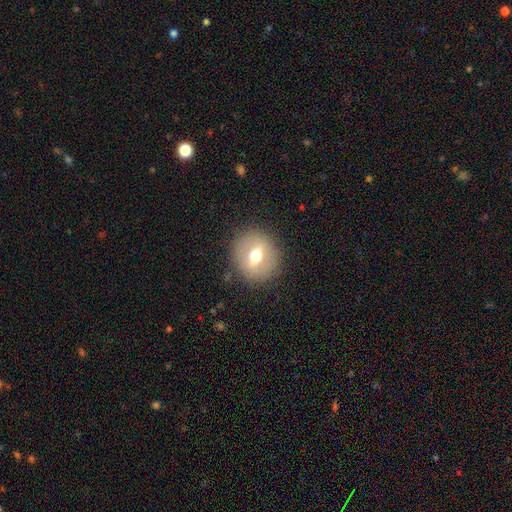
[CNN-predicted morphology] Overall: smooth (50%; featured or disk 41%). Merging: none (86%).